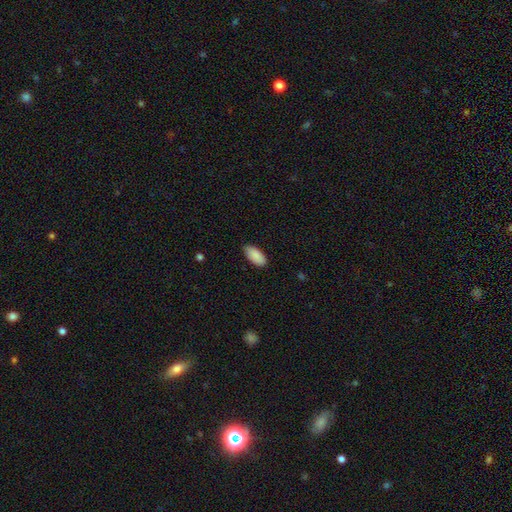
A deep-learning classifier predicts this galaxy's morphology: This is clearly a smooth galaxy (90%). How rounded: clearly in between (93%). Merging: clearly none (83%).